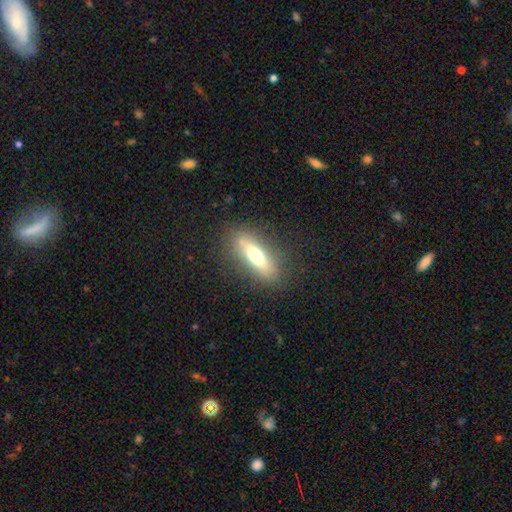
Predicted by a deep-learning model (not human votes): A smooth galaxy with no disk features (57%) that is cigar-shaped (49%).

Vote fractions:
- Smooth or featured? smooth: 57% / featured or disk: 34% / star or artifact: 9%
- How rounded? cigar-shaped: 49% / in between: 47% / round: 3%
- Merging? none: 82% / minor disturbance: 11% / major disturbance: 4% / merger: 2%